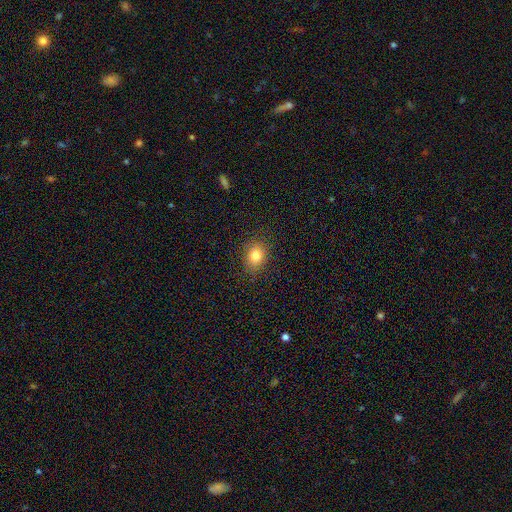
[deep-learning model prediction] Morphology: type=smooth (81%); roundness=in between (54%); merging=none (86%).